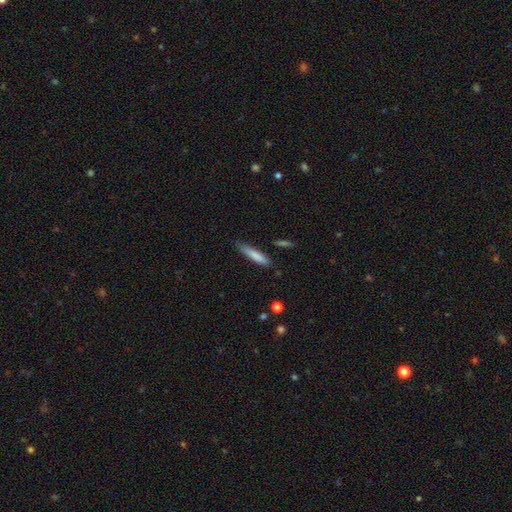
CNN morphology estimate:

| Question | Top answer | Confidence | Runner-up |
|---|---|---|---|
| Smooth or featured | smooth | 79% | featured or disk (14%) |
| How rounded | cigar-shaped | 86% | in between (13%) |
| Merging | none | 74% | minor disturbance (20%) |